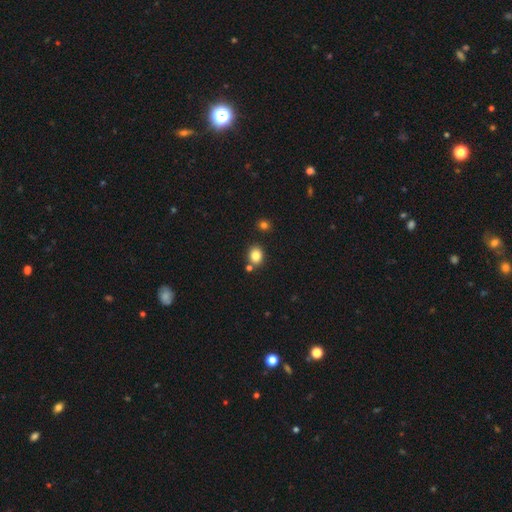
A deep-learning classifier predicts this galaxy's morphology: Q: Smooth or featured?
A: smooth (83%); runner-up: star or artifact (11%)
Q: How rounded?
A: round (55%); runner-up: in between (44%)
Q: Merging?
A: none (76%); runner-up: merger (11%)